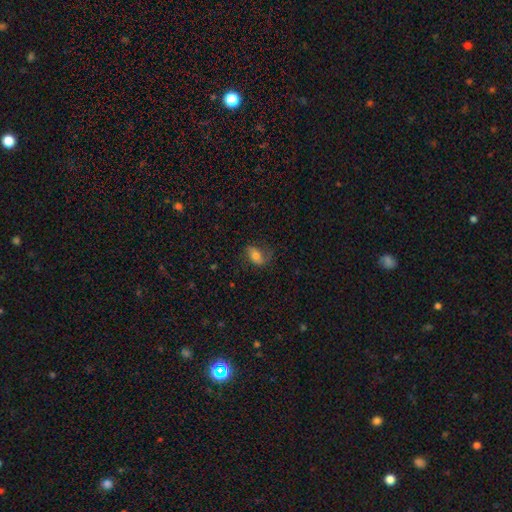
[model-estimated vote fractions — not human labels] Overall: smooth (59%; featured or disk 32%). How rounded: in between (85%). Merging: none (63%).